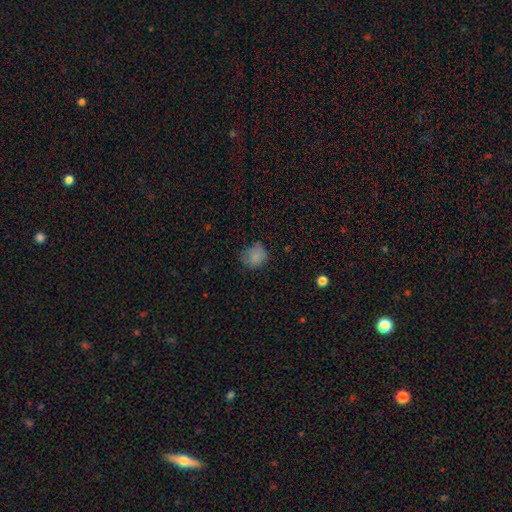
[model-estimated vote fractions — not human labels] This is likely a smooth galaxy (80%). How rounded: likely round (72%). Merging: likely none (65%).